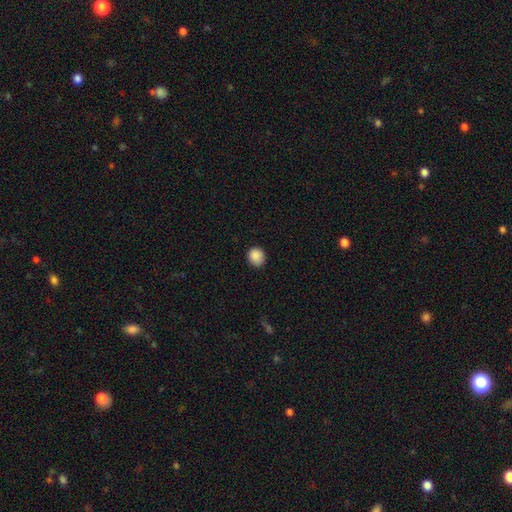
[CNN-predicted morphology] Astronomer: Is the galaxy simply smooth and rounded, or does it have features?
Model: smooth — 89%.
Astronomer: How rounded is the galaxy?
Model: round — 76%.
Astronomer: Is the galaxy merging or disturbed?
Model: none — 86%.